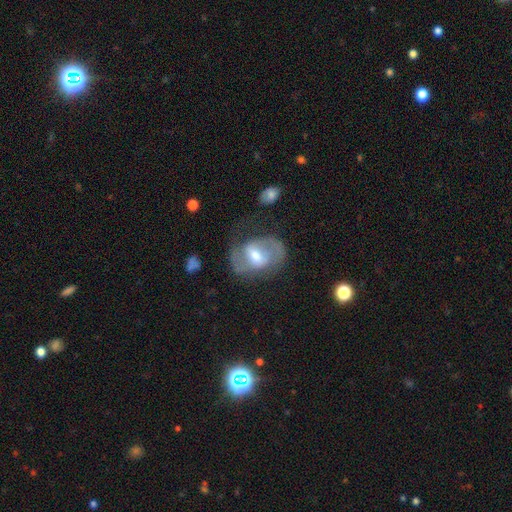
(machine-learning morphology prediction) smooth-or-featured: featured or disk: 70% | smooth: 23% | star or artifact: 6%
  disk-edge-on: no: 96% | yes: 4%
    bar: weak: 53% | strong: 27% | no: 20%
    has-spiral-arms: yes: 80% | no: 20%
      spiral-winding: medium: 50% | loose: 29% | tight: 22%
      spiral-arm-count: 2: 78% | can't tell: 12% | 1: 6% | 3: 2% | 4: 1% | more than 4: 1%
    bulge-size: moderate: 64% | small: 22% | large: 11% | none: 2% | dominant: 1%
  merging: none: 51% | major disturbance: 23% | minor disturbance: 22% | merger: 4%